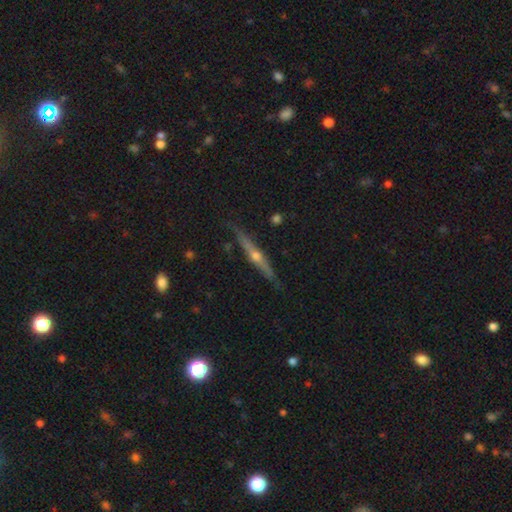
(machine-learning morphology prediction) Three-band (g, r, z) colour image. It shows a featured or disk galaxy (76%) viewed edge-on (97%) with a rounded central bulge (90%). Merging: none (85%).